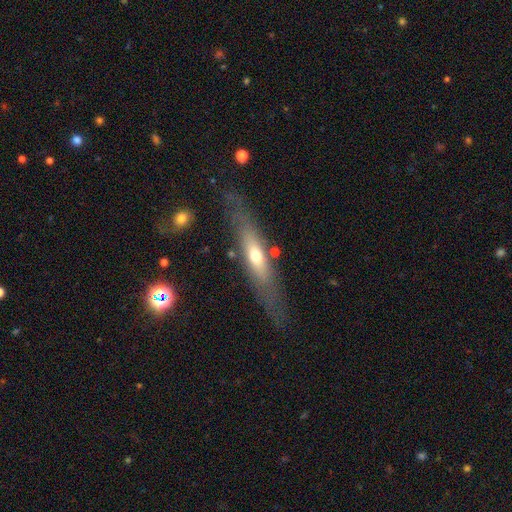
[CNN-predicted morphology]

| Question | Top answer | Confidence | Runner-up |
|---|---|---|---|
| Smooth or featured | featured or disk | 53% | smooth (41%) |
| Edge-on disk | yes | 66% | no (34%) |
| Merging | none | 70% | minor disturbance (17%) |